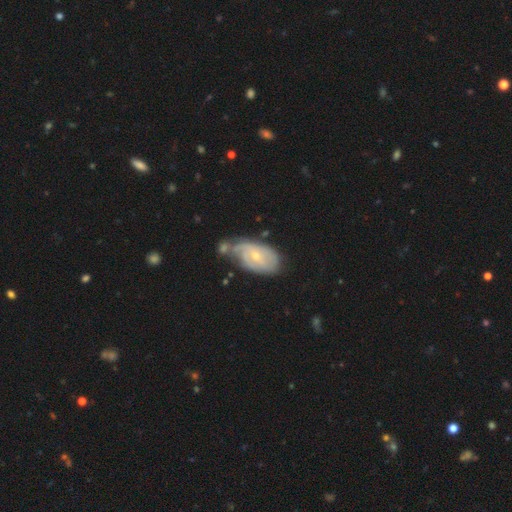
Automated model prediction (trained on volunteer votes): Smooth or featured? featured or disk (69%)
Edge-on disk? no (95%)
Bar? no (63%)
Spiral arms? yes (82%)
Spiral winding? tight (63%)
Spiral arm count? can't tell (48%)
Bulge size? small (66%)
Merging? none (37%)